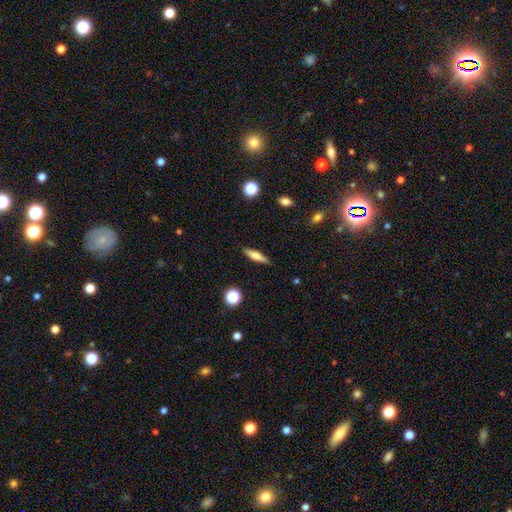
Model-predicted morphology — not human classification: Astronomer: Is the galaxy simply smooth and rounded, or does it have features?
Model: smooth — 59%.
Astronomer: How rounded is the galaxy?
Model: cigar-shaped — 73%.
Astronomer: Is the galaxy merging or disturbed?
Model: none — 89%.